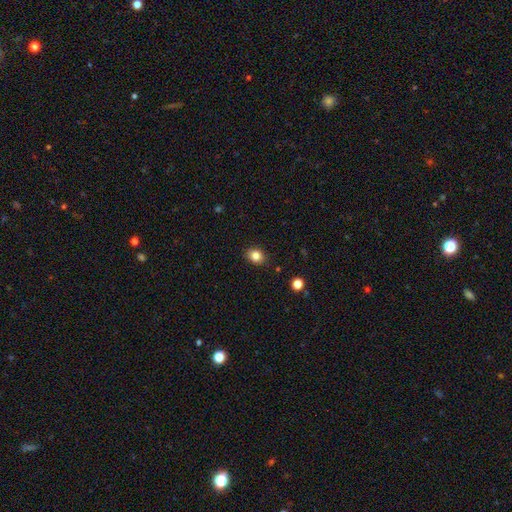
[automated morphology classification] Smooth or featured: smooth — 83% (star or artifact — 11%)
How rounded: in between — 50% (round — 49%)
Merging: none — 88% (minor disturbance — 9%)